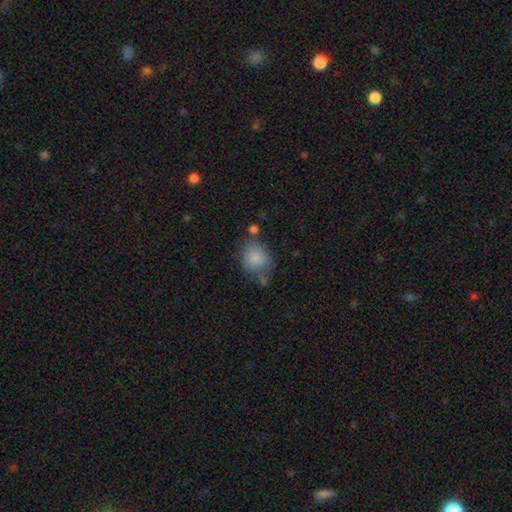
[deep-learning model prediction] Q: Smooth or featured?
A: smooth (84%); runner-up: star or artifact (9%)
Q: How rounded?
A: round (61%); runner-up: in between (38%)
Q: Merging?
A: none (56%); runner-up: minor disturbance (23%)